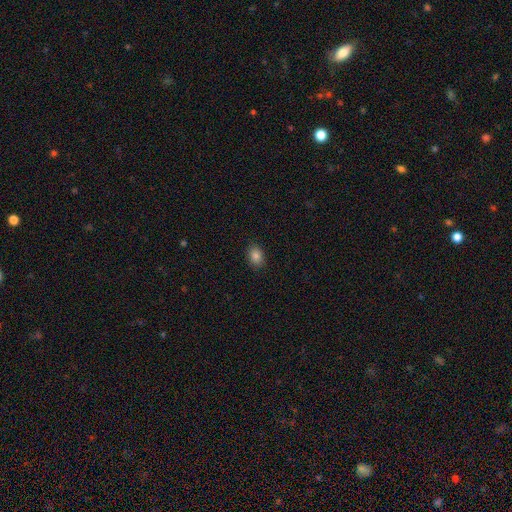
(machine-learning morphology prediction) smooth 84%, star or artifact 10%, featured or disk 6%. Down the decision tree: how rounded — in between (74%); merging — none (88%).